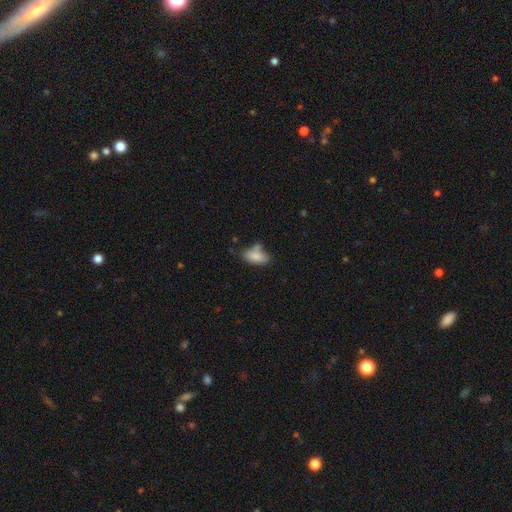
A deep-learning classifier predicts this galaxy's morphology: Overall: smooth (82%). How rounded: in between (89%). Merging: none (49%; minor disturbance 25%).